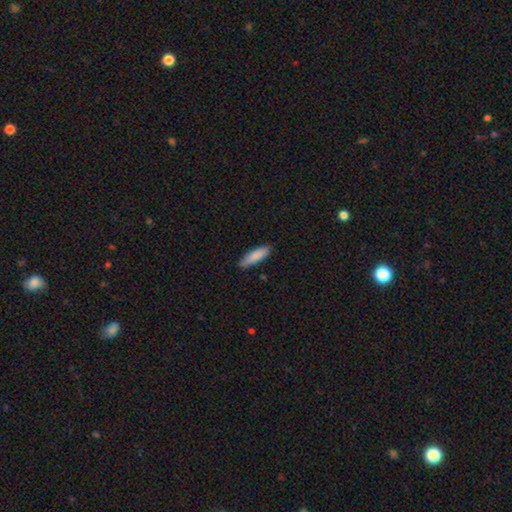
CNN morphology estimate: smooth-or-featured: smooth: 86% | featured or disk: 8% | star or artifact: 6%
  how-rounded: cigar-shaped: 63% | in between: 35% | round: 1%
  merging: none: 85% | minor disturbance: 12% | major disturbance: 2% | merger: 1%